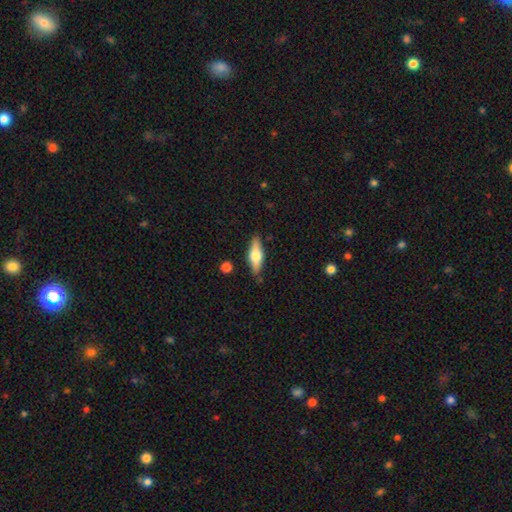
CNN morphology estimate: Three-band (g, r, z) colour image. It shows a smooth galaxy with no disk features (49%). Merging: none (85%).